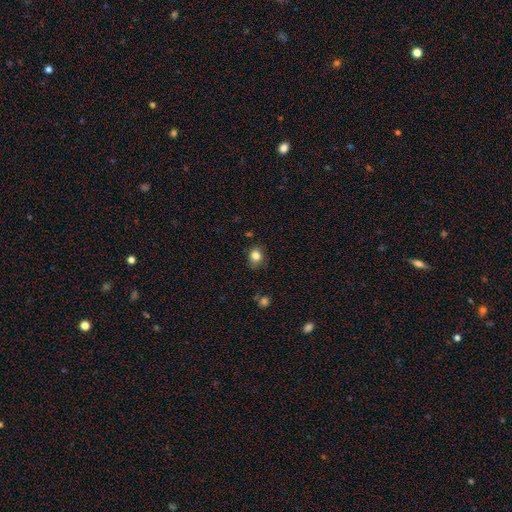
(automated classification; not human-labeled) Overall: smooth (82%). How rounded: round (67%; in between 32%). Merging: none (74%).